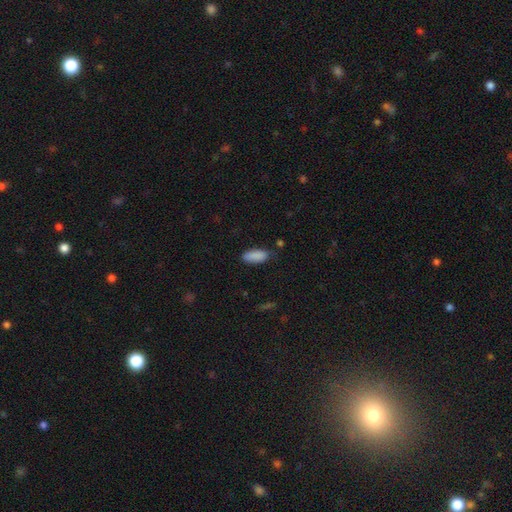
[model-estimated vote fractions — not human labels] This appears to be a smooth galaxy with no disk features (89%) that is in between round and cigar-shaped (84%). Merging: none (74%).